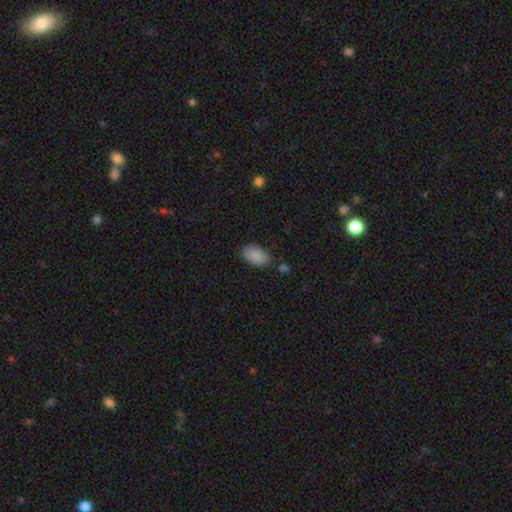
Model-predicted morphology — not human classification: Smooth or featured?
  - smooth: 89% *
  - star or artifact: 7%
  - featured or disk: 4%
How rounded?
  - in between: 93% *
  - round: 5%
  - cigar-shaped: 2%
Merging?
  - none: 75% *
  - minor disturbance: 16%
  - merger: 4%
  - major disturbance: 4%